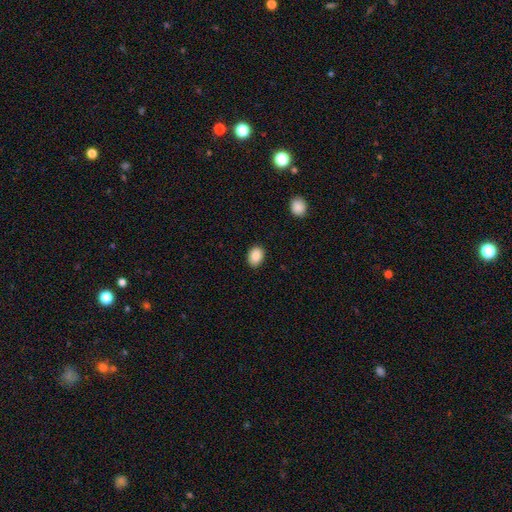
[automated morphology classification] This is clearly a smooth galaxy (89%). How rounded: likely in between (69%). Merging: clearly none (89%).